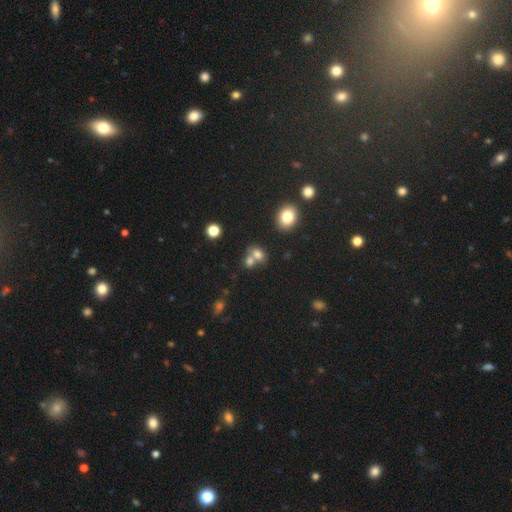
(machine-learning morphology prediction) Smooth or featured?
  - smooth: 74% *
  - star or artifact: 14%
  - featured or disk: 12%
How rounded?
  - in between: 53% *
  - round: 45%
  - cigar-shaped: 2%
Merging?
  - merger: 50% *
  - none: 38%
  - minor disturbance: 8%
  - major disturbance: 4%